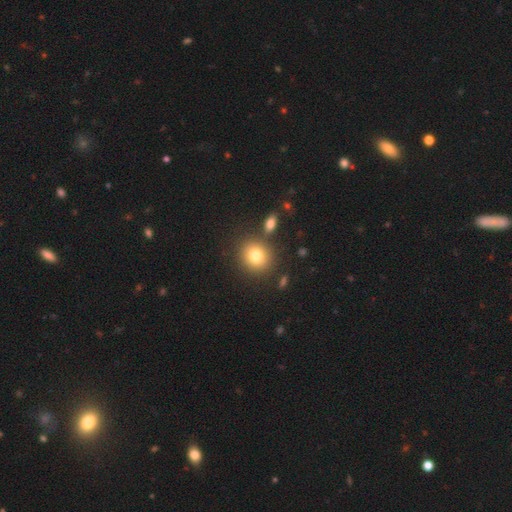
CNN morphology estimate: Q: Smooth or featured?
A: smooth (78%); runner-up: star or artifact (12%)
Q: How rounded?
A: round (84%); runner-up: in between (15%)
Q: Merging?
A: none (81%); runner-up: merger (8%)